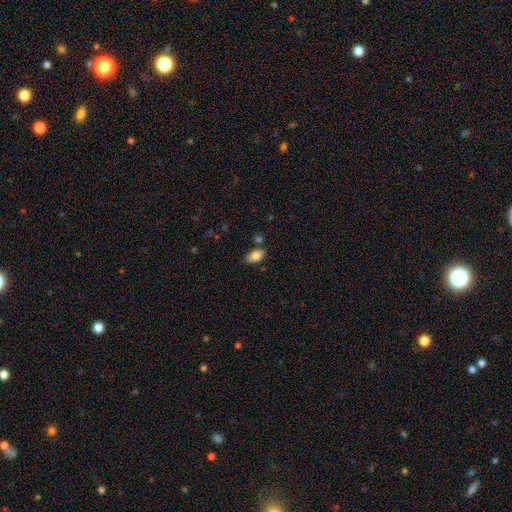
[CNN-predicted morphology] Q: Smooth or featured?
A: smooth (83%); runner-up: featured or disk (9%)
Q: How rounded?
A: in between (92%); runner-up: round (5%)
Q: Merging?
A: none (77%); runner-up: minor disturbance (14%)